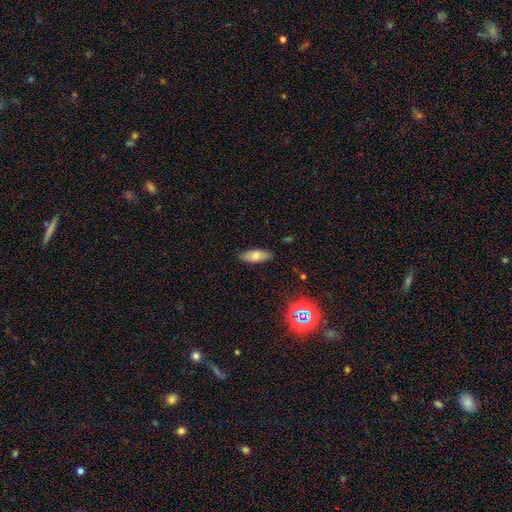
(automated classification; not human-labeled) This appears to be a smooth galaxy with no disk features (78%) that is in between round and cigar-shaped (80%). Merging: none (85%).